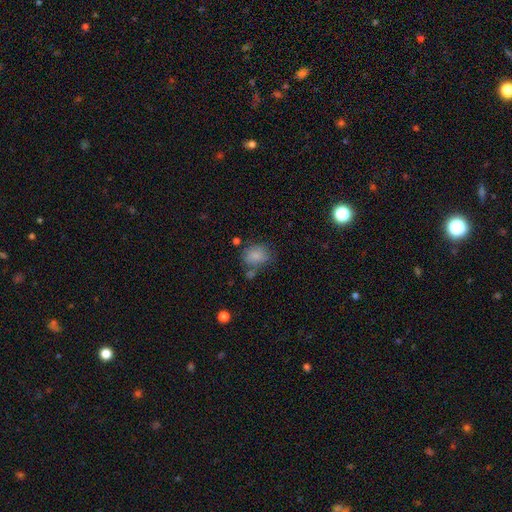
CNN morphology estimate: smooth_or_featured: smooth (p=0.80) [alt: featured or disk p=0.10]
how_rounded: in between (p=0.56) [alt: round p=0.43]
merging: none (p=0.55) [alt: minor disturbance p=0.22]